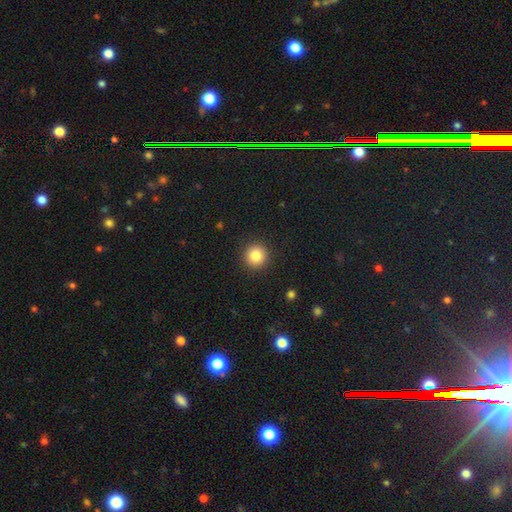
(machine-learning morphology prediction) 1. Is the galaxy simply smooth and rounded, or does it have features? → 85% smooth, 10% star or artifact, 5% featured or disk.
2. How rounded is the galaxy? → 94% round, 5% in between, 1% cigar-shaped.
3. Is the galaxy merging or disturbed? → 92% none, 5% minor disturbance, 2% major disturbance, 1% merger.